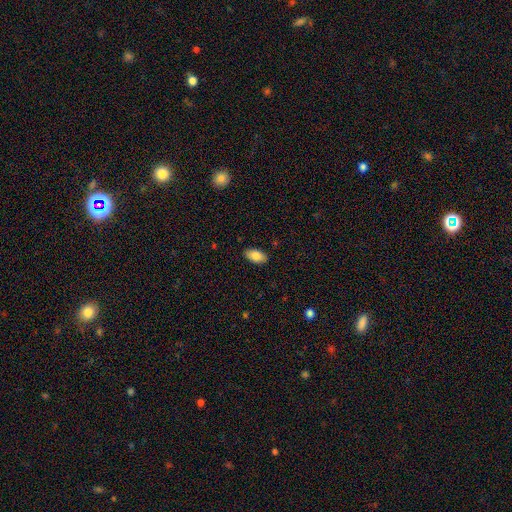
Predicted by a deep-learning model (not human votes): Smooth or featured? Predicted: smooth (p=0.86). How rounded? Predicted: in between (p=0.94). Merging? Predicted: none (p=0.88).